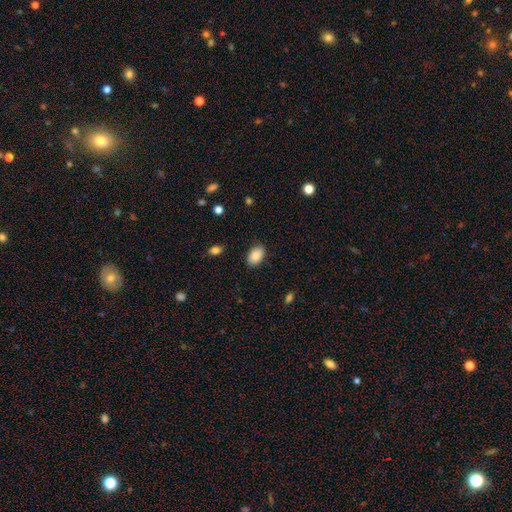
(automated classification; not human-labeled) Morphology: type=smooth (88%); roundness=in between (88%); merging=none (86%).